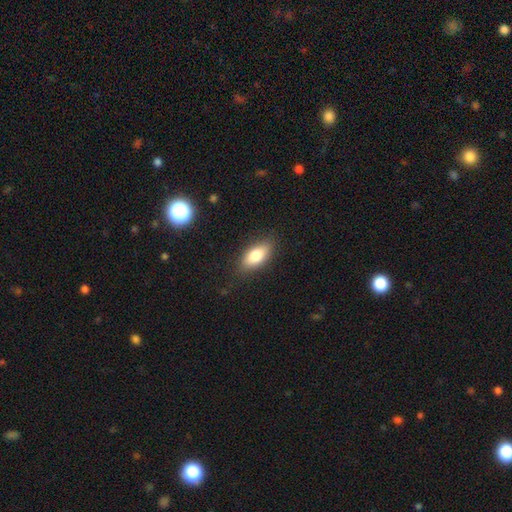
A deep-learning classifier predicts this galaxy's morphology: Smooth or featured?
  - smooth: 78% *
  - featured or disk: 15%
  - star or artifact: 8%
How rounded?
  - in between: 84% *
  - cigar-shaped: 12%
  - round: 4%
Merging?
  - none: 83% *
  - minor disturbance: 13%
  - major disturbance: 3%
  - merger: 1%